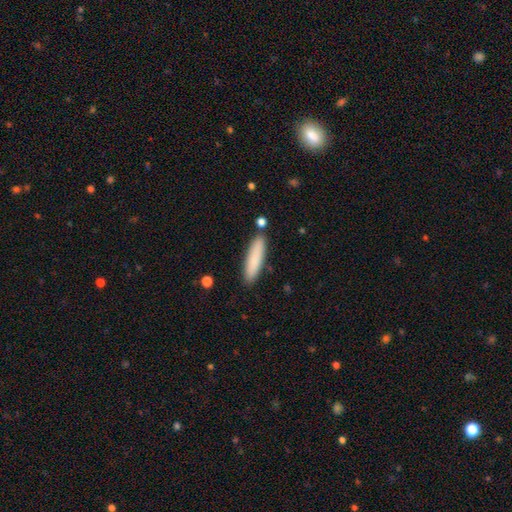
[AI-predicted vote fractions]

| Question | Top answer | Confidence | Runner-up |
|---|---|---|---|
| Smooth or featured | smooth | 84% | featured or disk (10%) |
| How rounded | cigar-shaped | 77% | in between (22%) |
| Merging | none | 85% | minor disturbance (9%) |